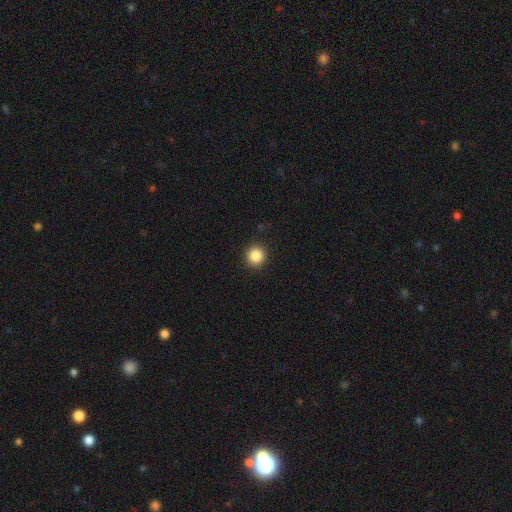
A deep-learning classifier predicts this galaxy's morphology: Overall: smooth (87%). How rounded: round (94%). Merging: none (92%).